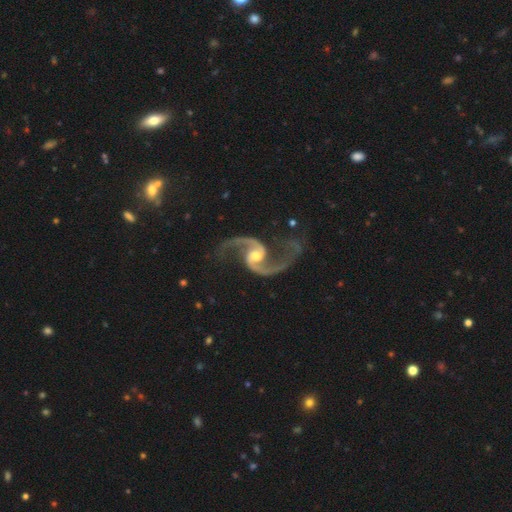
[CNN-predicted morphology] A featured or disk galaxy (95%) with a weak bar (43%), 2 (95%) loose (64%) spiral arms (99%) and a moderate central bulge (61%). Merging: none (76%).